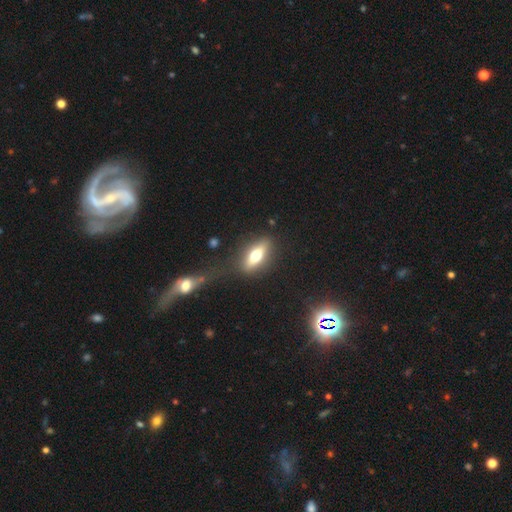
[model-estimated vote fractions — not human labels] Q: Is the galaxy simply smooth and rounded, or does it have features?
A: smooth — 56%.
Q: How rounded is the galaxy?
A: in between — 64%.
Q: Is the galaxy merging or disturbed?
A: none — 74%.